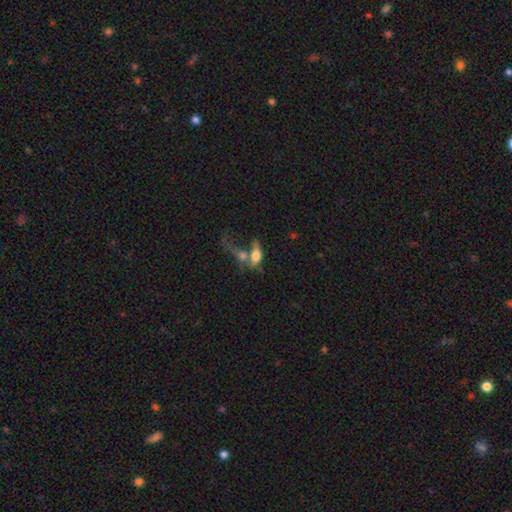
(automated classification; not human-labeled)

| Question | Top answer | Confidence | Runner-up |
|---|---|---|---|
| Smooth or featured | smooth | 54% | featured or disk (36%) |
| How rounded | in between | 69% | cigar-shaped (20%) |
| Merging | merger | 55% | major disturbance (20%) |